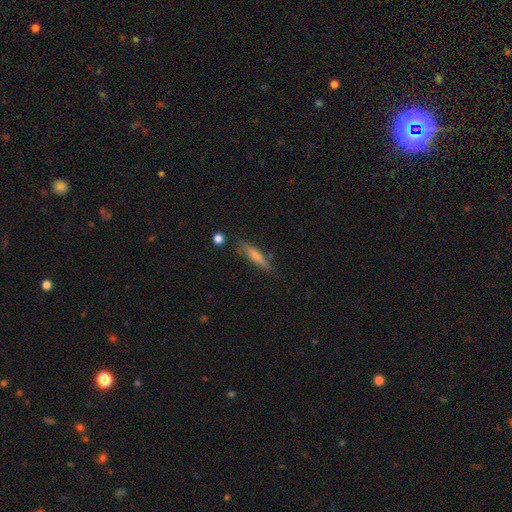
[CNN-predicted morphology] A smooth galaxy with no disk features (55%) that is cigar-shaped (83%). Merging: none (75%).